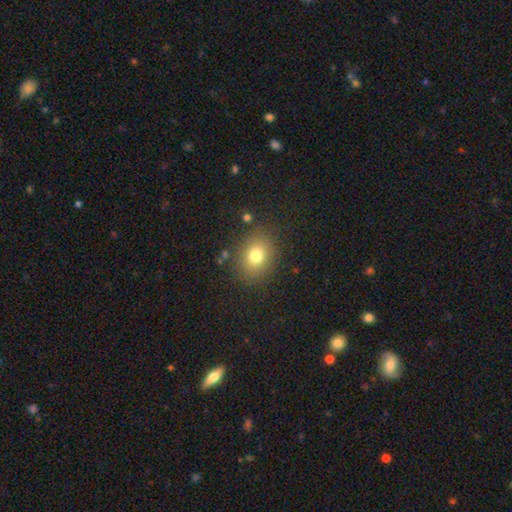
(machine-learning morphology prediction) A smooth galaxy with no disk features (77%) that is round (53%). Merging: none (84%).